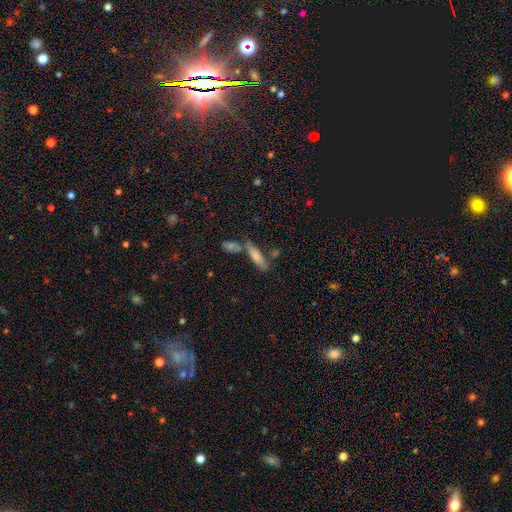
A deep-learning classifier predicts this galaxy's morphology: A smooth galaxy with no disk features (62%) that is cigar-shaped (67%).

Vote fractions:
- Smooth or featured? smooth: 62% / featured or disk: 25% / star or artifact: 12%
- How rounded? cigar-shaped: 67% / in between: 30% / round: 3%
- Merging? none: 60% / merger: 22% / minor disturbance: 13% / major disturbance: 5%